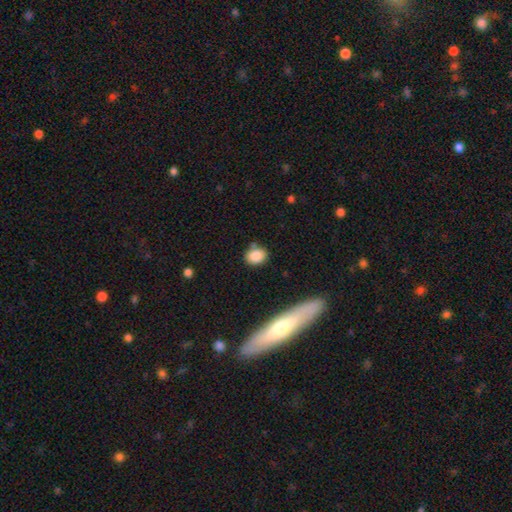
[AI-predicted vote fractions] smooth_or_featured: smooth (p=0.84) [alt: star or artifact p=0.09]
how_rounded: round (p=0.52) [alt: in between p=0.47]
merging: none (p=0.73) [alt: minor disturbance p=0.16]